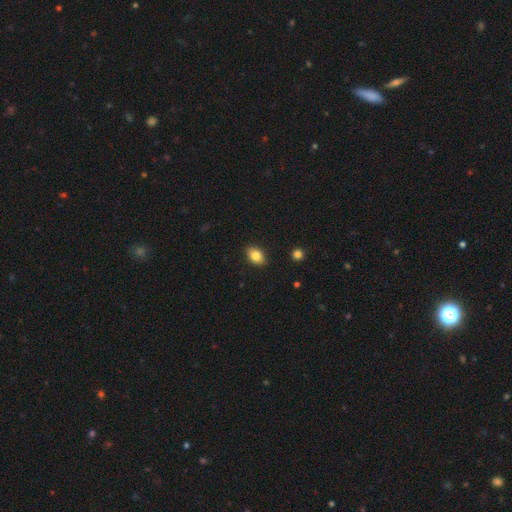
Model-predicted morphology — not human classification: A smooth galaxy with no disk features (84%) that is in between round and cigar-shaped (83%). Merging: none (89%).